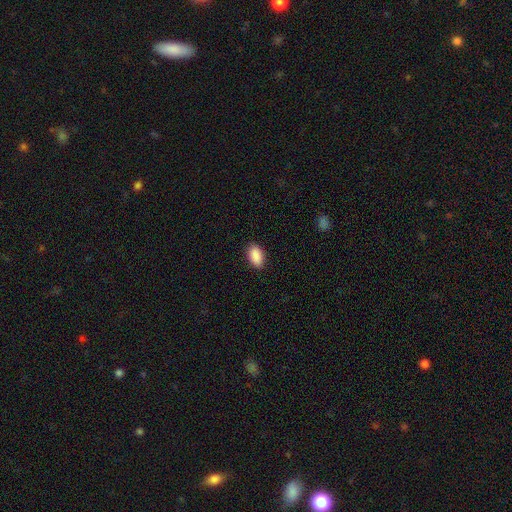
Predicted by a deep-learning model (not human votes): A smooth galaxy with no disk features (91%) that is in between round and cigar-shaped (93%).

Vote fractions:
- Smooth or featured? smooth: 91% / star or artifact: 7% / featured or disk: 2%
- How rounded? in between: 93% / round: 5% / cigar-shaped: 2%
- Merging? none: 89% / minor disturbance: 8% / major disturbance: 2% / merger: 1%